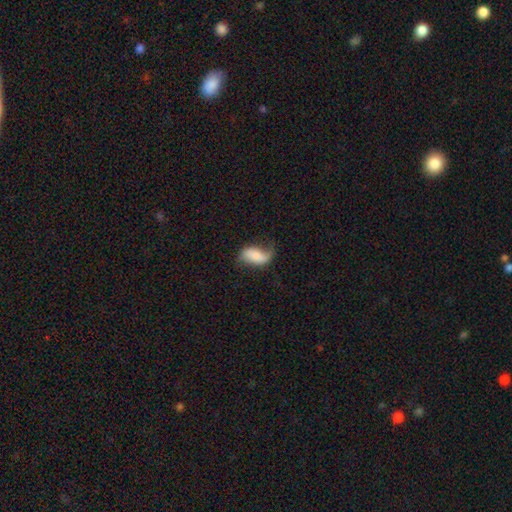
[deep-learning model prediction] A smooth galaxy with no disk features (49%). Merging: none (47%).